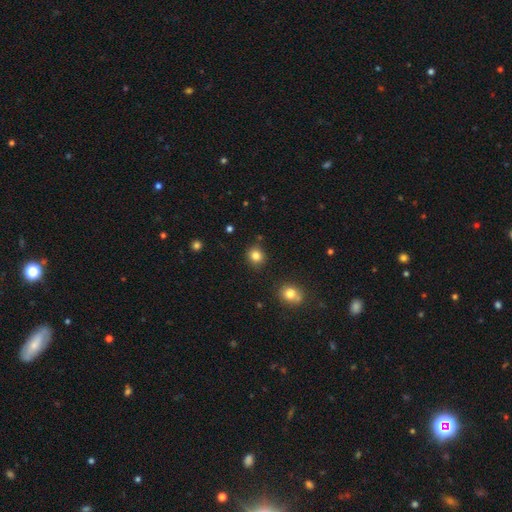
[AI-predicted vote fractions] Smooth or featured? Predicted: smooth (p=0.83). How rounded? Predicted: round (p=0.82). Merging? Predicted: none (p=0.87).